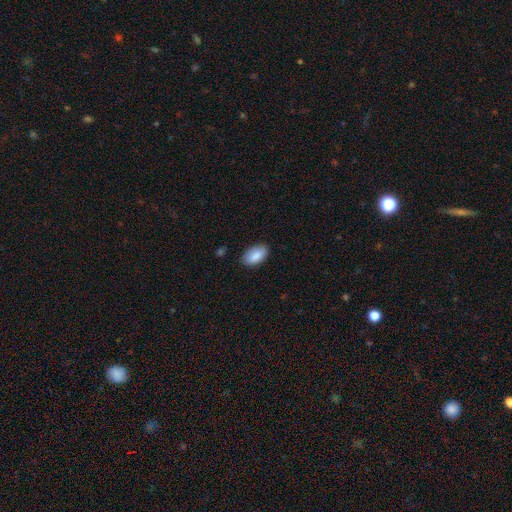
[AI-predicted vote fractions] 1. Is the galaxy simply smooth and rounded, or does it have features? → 87% smooth, 7% featured or disk, 6% star or artifact.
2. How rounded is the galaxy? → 94% in between, 3% round, 3% cigar-shaped.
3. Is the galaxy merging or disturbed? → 84% none, 12% minor disturbance, 2% major disturbance, 1% merger.